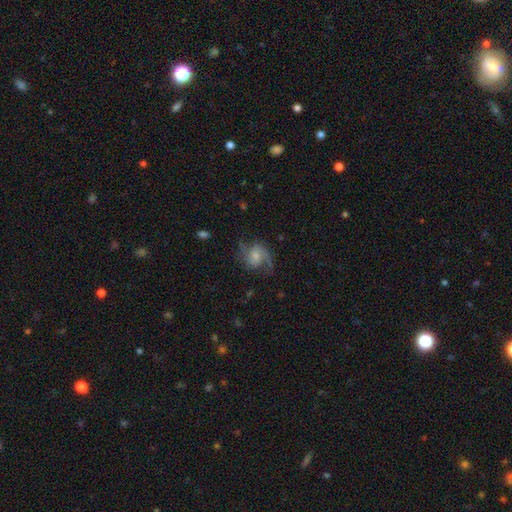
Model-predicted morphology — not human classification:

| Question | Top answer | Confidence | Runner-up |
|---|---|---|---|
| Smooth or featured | featured or disk | 75% | smooth (17%) |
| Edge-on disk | no | 98% | yes (2%) |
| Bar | no | 58% | weak (36%) |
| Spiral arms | yes | 95% | no (5%) |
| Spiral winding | loose | 46% | medium (43%) |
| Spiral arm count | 2 | 83% | 1 (7%) |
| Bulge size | moderate | 41% | small (38%) |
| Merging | none | 65% | minor disturbance (19%) |